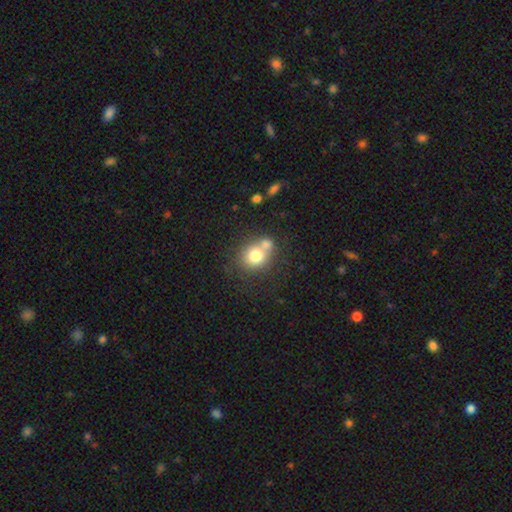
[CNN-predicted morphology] smooth_or_featured: smooth (p=0.75) [alt: featured or disk p=0.15]
how_rounded: round (p=0.79) [alt: in between p=0.20]
merging: none (p=0.44) [alt: merger p=0.41]